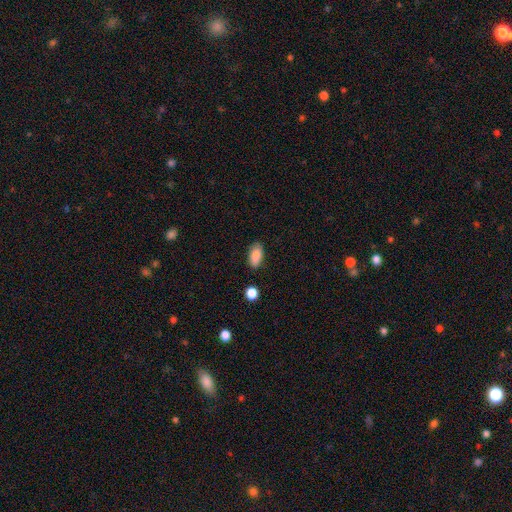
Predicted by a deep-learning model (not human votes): Smooth or featured?
  - smooth: 88% *
  - star or artifact: 7%
  - featured or disk: 5%
How rounded?
  - in between: 92% *
  - cigar-shaped: 4%
  - round: 4%
Merging?
  - none: 81% *
  - minor disturbance: 14%
  - major disturbance: 3%
  - merger: 2%